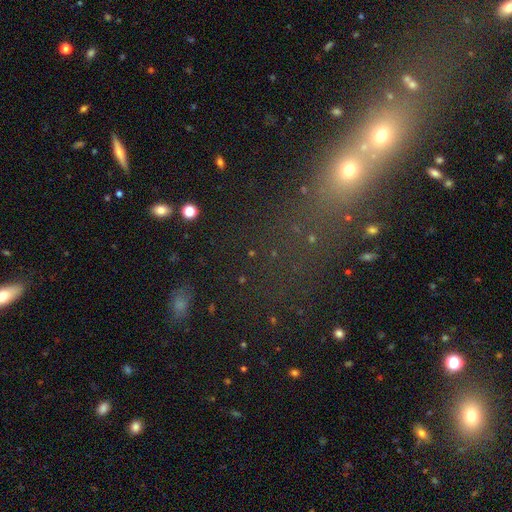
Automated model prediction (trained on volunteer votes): This is marginally a star or artifact rather than a galaxy (43%).